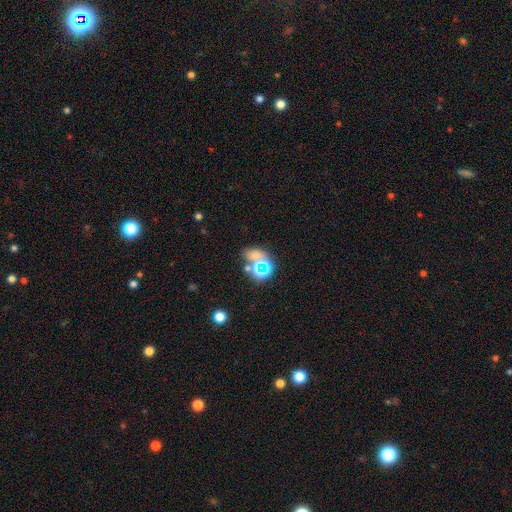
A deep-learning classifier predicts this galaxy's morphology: Smooth or featured? star or artifact (42%, tied with smooth)